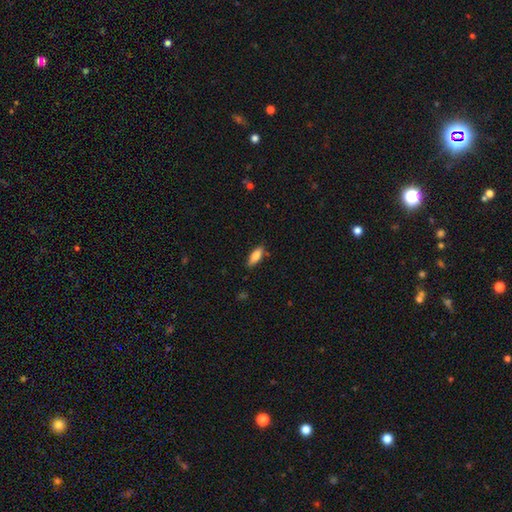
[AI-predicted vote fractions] Morphology: type=smooth (77%); roundness=in between (67%); merging=none (83%).